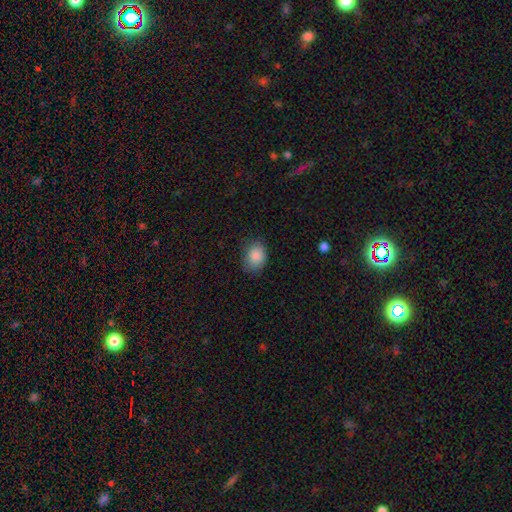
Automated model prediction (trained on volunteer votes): Smooth or featured?
  - smooth: 86% *
  - star or artifact: 8%
  - featured or disk: 5%
How rounded?
  - in between: 68% *
  - round: 31%
  - cigar-shaped: 1%
Merging?
  - none: 77% *
  - minor disturbance: 18%
  - major disturbance: 4%
  - merger: 1%